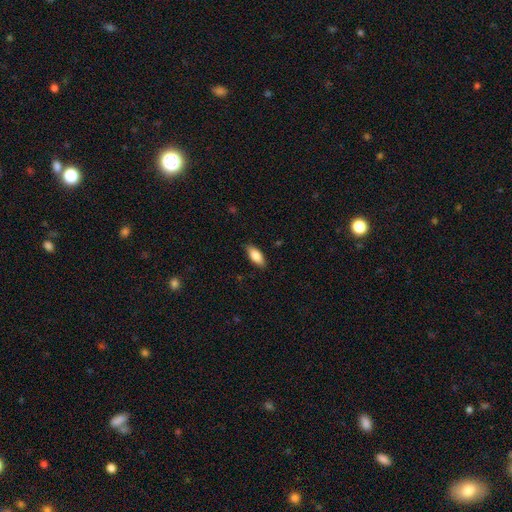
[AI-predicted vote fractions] The model was most divided on "smooth or featured": smooth: 81%, featured or disk: 13%, star or artifact: 6%. More confident: merging — none (87%); how rounded — in between (83%).